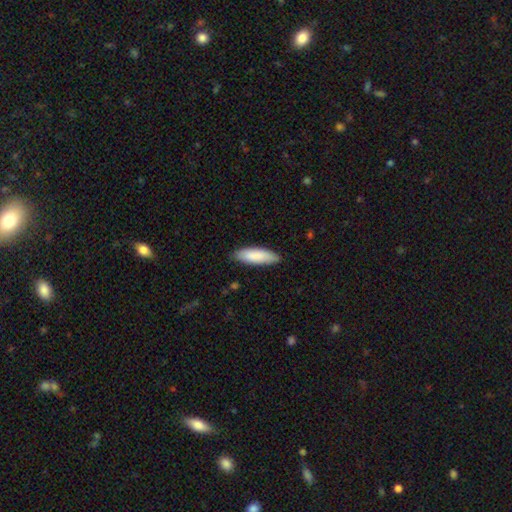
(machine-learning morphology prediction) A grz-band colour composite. It shows a smooth galaxy with no disk features (87%) that is in between round and cigar-shaped (55%). Merging: none (85%).